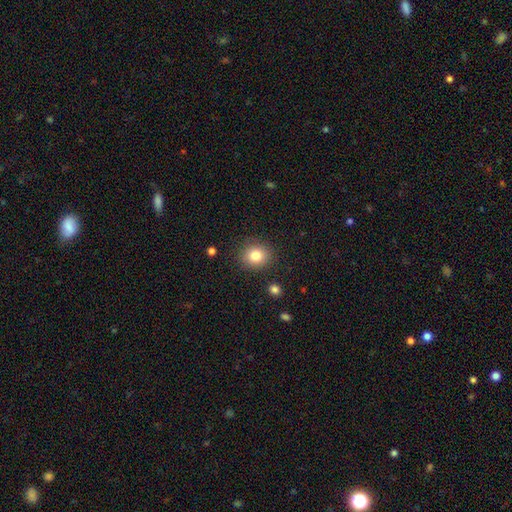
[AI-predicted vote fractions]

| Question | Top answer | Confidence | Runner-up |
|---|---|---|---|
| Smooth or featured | smooth | 81% | star or artifact (11%) |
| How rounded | round | 76% | in between (23%) |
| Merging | none | 88% | minor disturbance (8%) |